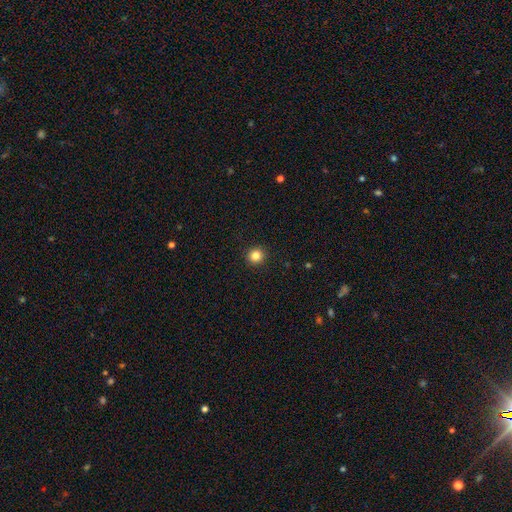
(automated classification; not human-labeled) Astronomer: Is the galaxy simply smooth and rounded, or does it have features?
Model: smooth — 84%.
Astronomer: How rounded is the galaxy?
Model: round — 94%.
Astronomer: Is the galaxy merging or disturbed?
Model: none — 93%.